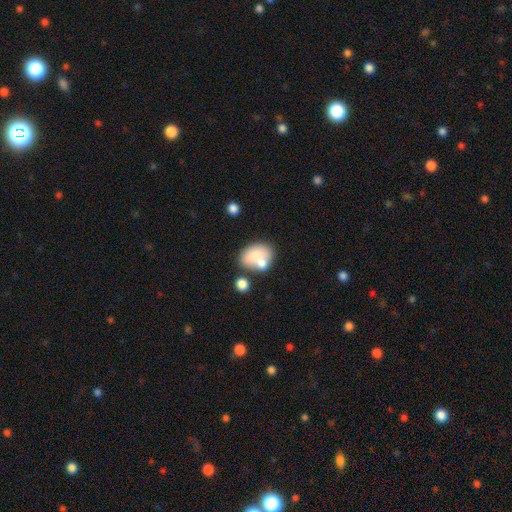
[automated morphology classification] Smooth or featured? smooth (73%)
How rounded? in between (73%)
Merging? none (47%)